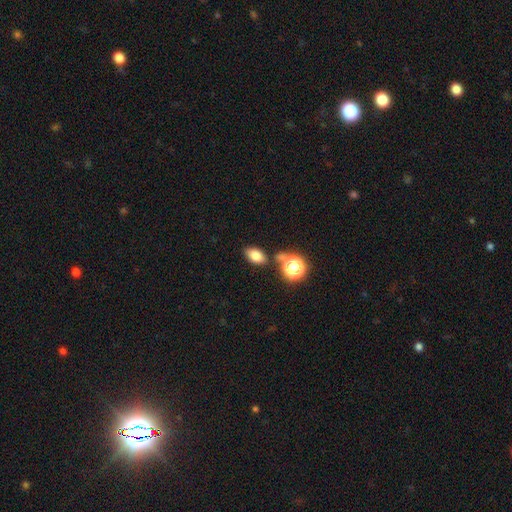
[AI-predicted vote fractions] smooth-or-featured: smooth: 77% | star or artifact: 14% | featured or disk: 9%
  how-rounded: in between: 84% | round: 14% | cigar-shaped: 2%
  merging: none: 75% | minor disturbance: 12% | merger: 10% | major disturbance: 3%